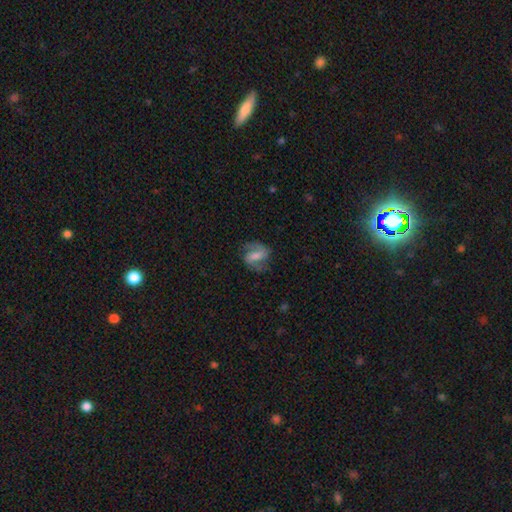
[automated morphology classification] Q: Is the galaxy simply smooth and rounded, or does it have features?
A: featured or disk — 68%.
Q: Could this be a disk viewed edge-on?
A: no — 97%.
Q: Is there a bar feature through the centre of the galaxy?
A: weak — 45%.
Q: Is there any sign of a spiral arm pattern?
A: yes — 90%.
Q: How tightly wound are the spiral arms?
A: medium — 50%.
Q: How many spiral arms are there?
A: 2 — 86%.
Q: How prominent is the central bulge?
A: moderate — 37%.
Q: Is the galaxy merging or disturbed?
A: none — 68%.